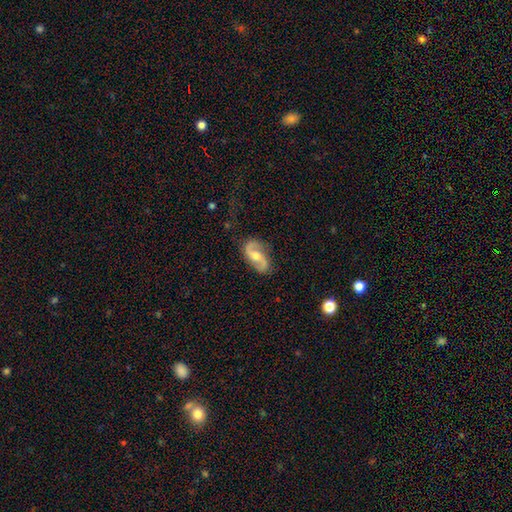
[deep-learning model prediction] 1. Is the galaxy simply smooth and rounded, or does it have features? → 85% featured or disk, 10% smooth, 5% star or artifact.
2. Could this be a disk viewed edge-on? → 97% no, 3% yes.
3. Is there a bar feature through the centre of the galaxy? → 43% no, 41% weak, 16% strong.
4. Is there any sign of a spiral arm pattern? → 96% yes, 4% no.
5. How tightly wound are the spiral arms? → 54% loose, 35% medium, 11% tight.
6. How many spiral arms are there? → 93% 2, 2% can't tell, 2% 1, 1% 3, 1% 4, 1% more than 4.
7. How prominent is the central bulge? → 66% moderate, 25% small, 5% large, 3% none, 1% dominant.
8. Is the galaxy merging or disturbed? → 80% none, 14% minor disturbance, 5% major disturbance, 2% merger.